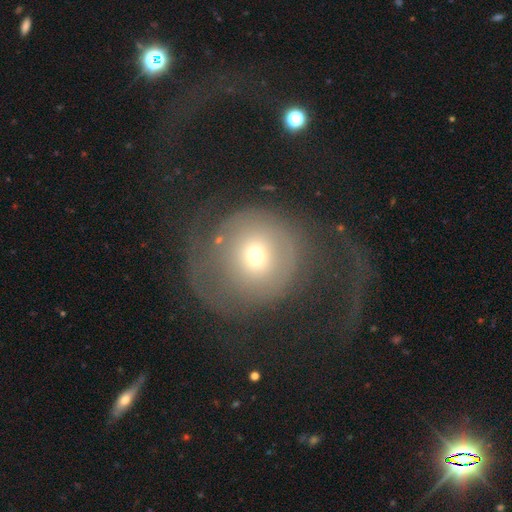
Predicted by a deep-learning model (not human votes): This is possibly a featured or disk galaxy (46%). Merging: possibly major disturbance (59%).